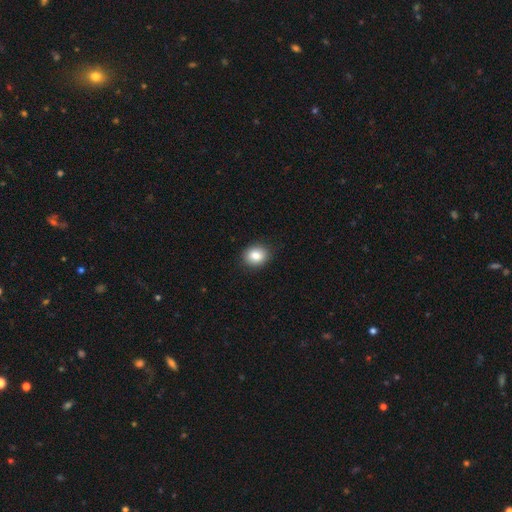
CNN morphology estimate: smooth 84%, star or artifact 9%, featured or disk 7%. Down the decision tree: how rounded — round (64%); merging — none (90%).